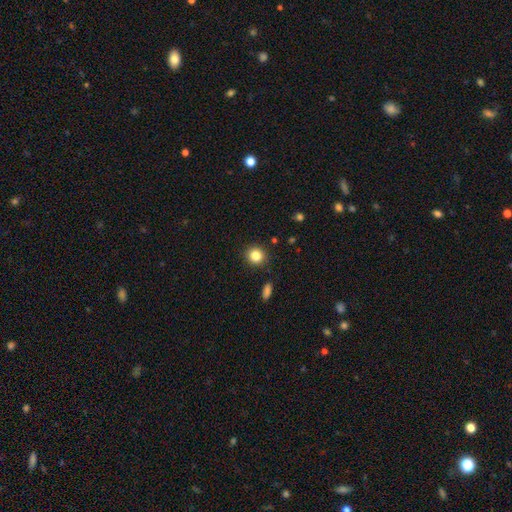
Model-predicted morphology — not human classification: A smooth galaxy with no disk features (84%) that is round (87%). Merging: none (89%).